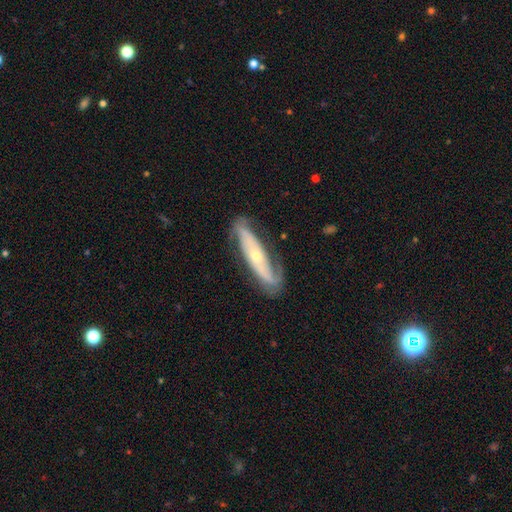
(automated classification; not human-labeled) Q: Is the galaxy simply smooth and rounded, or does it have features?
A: featured or disk — 76%.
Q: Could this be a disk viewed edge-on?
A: no — 74%.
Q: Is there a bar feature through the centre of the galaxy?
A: no — 65%.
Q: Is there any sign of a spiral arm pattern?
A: yes — 85%.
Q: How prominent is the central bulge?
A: small — 64%.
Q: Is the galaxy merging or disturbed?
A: none — 68%.